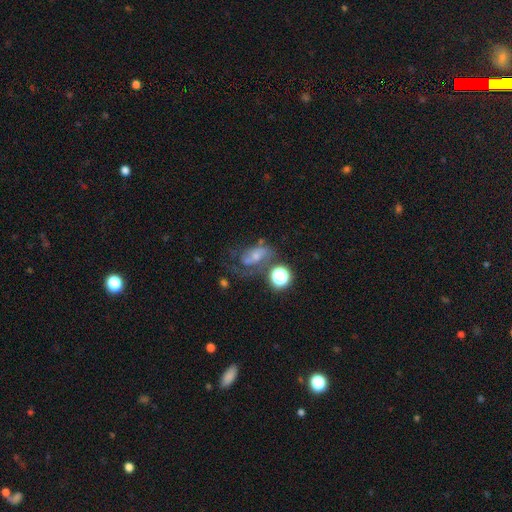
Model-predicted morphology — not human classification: Q: Smooth or featured?
A: featured or disk (41%); runner-up: smooth (40%)
Q: Merging?
A: major disturbance (35%); runner-up: none (29%)